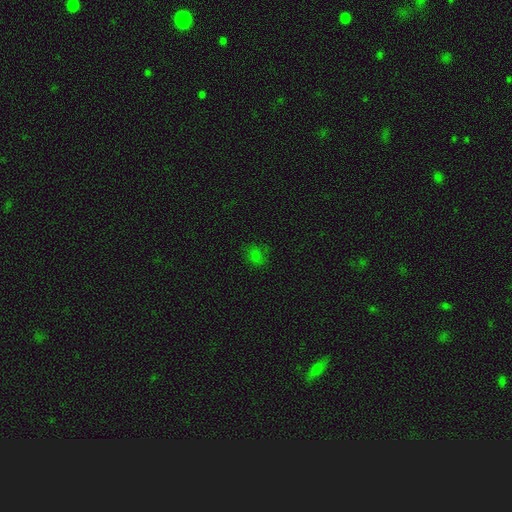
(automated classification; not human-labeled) The model was most divided on "how rounded": round: 61%, in between: 37%, cigar-shaped: 1%. More confident: merging — none (76%); smooth or featured — smooth (67%).